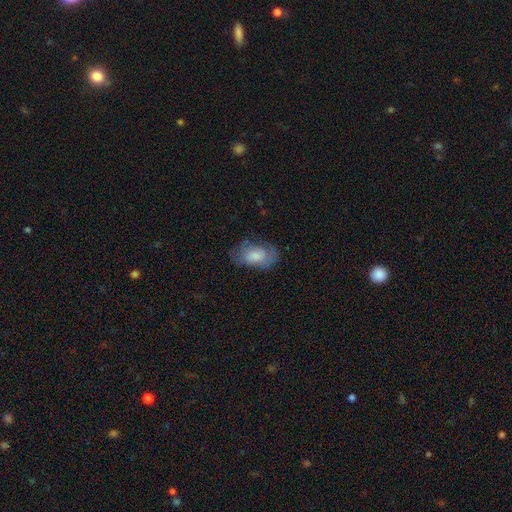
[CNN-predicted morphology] Overall: smooth (59%; featured or disk 33%). How rounded: in between (90%). Merging: none (58%; minor disturbance 26%).